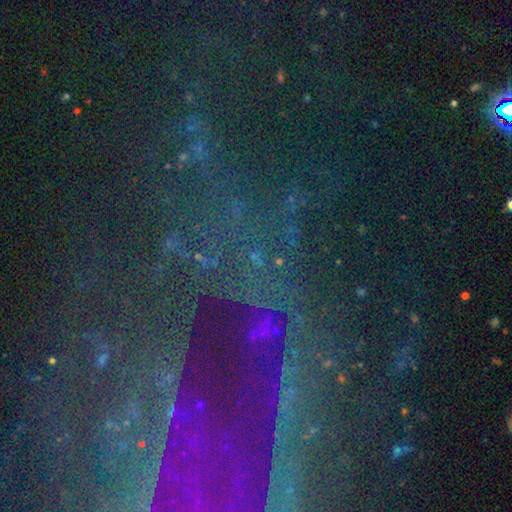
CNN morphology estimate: A star or artifact, not a galaxy (71%).

Vote fractions:
- Smooth or featured? star or artifact: 71% / featured or disk: 18% / smooth: 11%